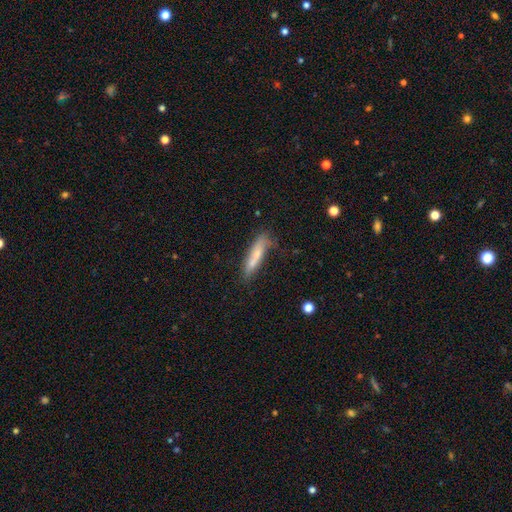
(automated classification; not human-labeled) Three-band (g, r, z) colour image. It shows a smooth galaxy with no disk features (64%) that is cigar-shaped (81%). Merging: none (58%).